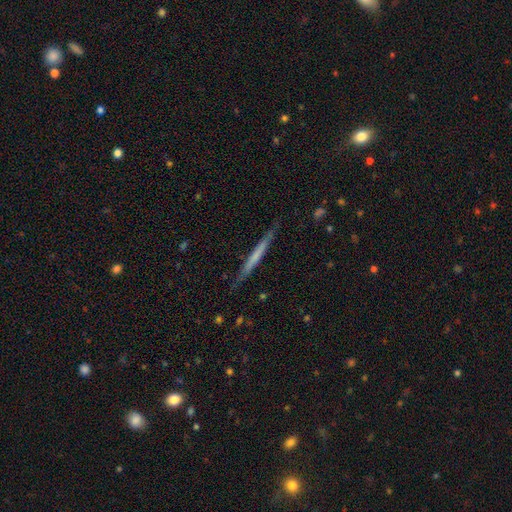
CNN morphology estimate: Q: Smooth or featured?
A: smooth (48%); runner-up: featured or disk (47%)
Q: Merging?
A: none (85%); runner-up: minor disturbance (12%)